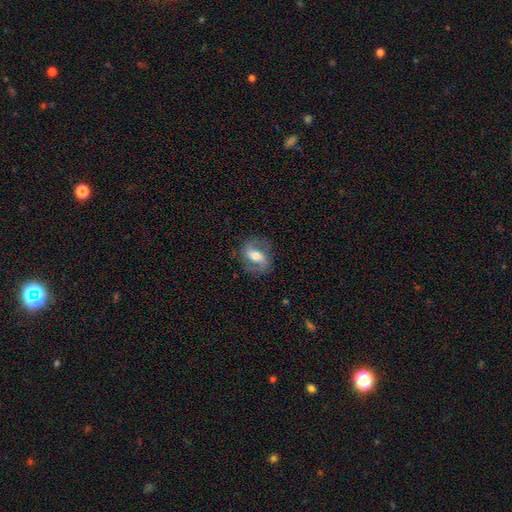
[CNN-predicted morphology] This appears to be a featured or disk galaxy (70%) with a strong bar (39%), 2 (87%) medium (45%) spiral arms (85%) and a moderate central bulge (65%). Merging: none (77%).